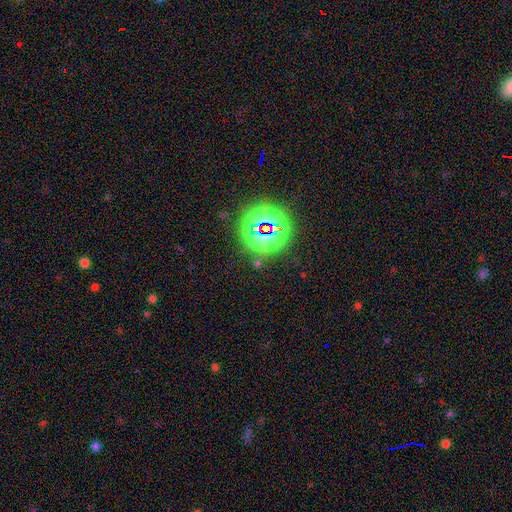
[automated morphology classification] Smooth or featured? Predicted: star or artifact (p=0.75).